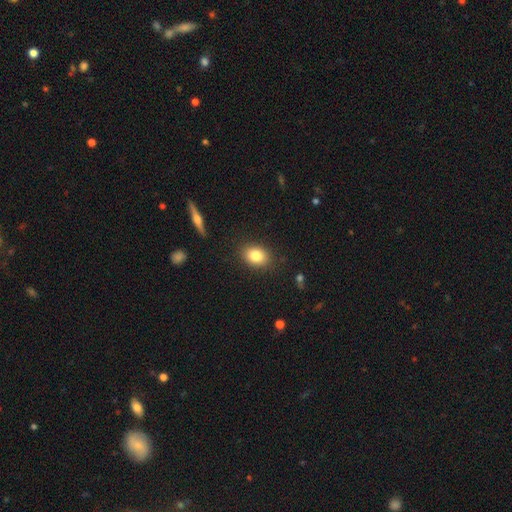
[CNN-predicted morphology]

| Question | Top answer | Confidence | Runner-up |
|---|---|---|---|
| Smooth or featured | smooth | 82% | star or artifact (9%) |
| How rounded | in between | 65% | round (33%) |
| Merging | none | 87% | minor disturbance (9%) |